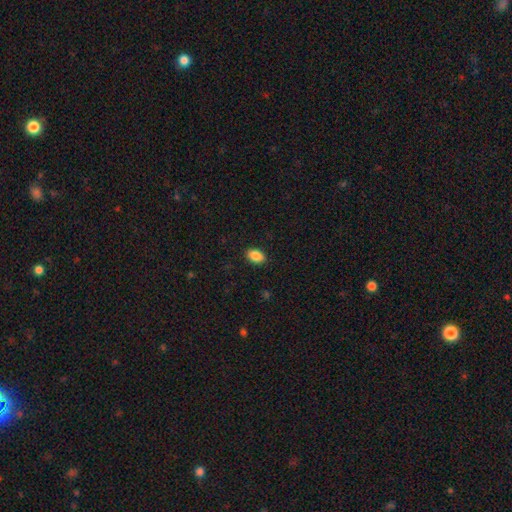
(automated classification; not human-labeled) Smooth or featured?
  - smooth: 88% *
  - star or artifact: 8%
  - featured or disk: 4%
How rounded?
  - in between: 87% *
  - round: 12%
  - cigar-shaped: 1%
Merging?
  - none: 90% *
  - minor disturbance: 8%
  - major disturbance: 2%
  - merger: 1%